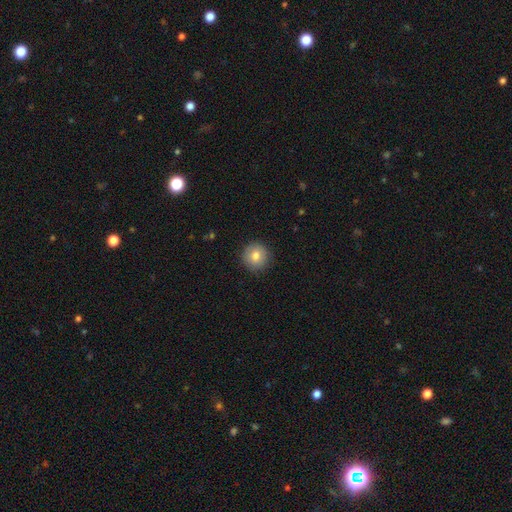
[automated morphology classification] smooth-or-featured: smooth: 81% | featured or disk: 10% | star or artifact: 9%
  how-rounded: round: 94% | in between: 5% | cigar-shaped: 1%
  merging: none: 90% | minor disturbance: 7% | major disturbance: 2% | merger: 1%